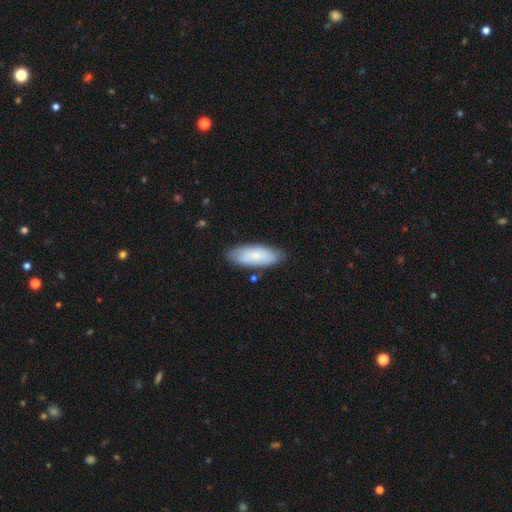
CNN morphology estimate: smooth-or-featured: smooth: 70% | featured or disk: 23% | star or artifact: 6%
  how-rounded: in between: 77% | cigar-shaped: 21% | round: 2%
  merging: none: 79% | minor disturbance: 16% | major disturbance: 3% | merger: 3%